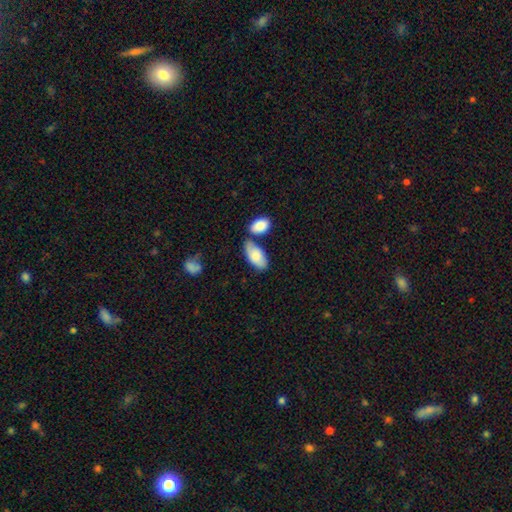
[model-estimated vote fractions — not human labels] A smooth galaxy with no disk features (79%) that is in between round and cigar-shaped (93%). Merging: none (53%).